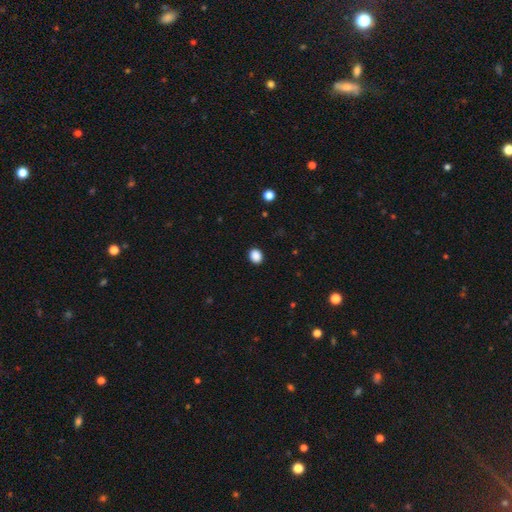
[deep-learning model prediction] Smooth or featured? Predicted: smooth (p=0.88). How rounded? Predicted: round (p=0.62). Merging? Predicted: none (p=0.91).